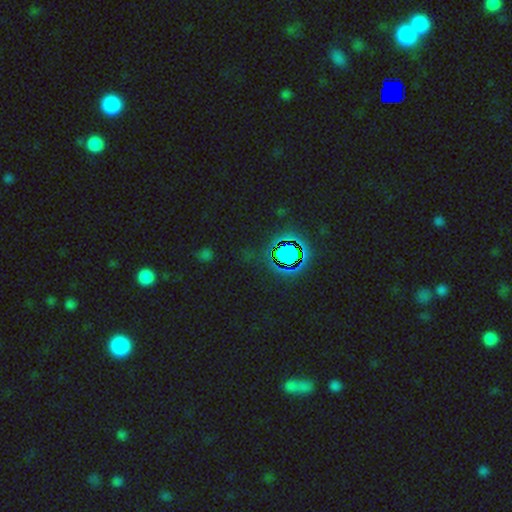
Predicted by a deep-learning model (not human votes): A star or artifact, not a galaxy (79%).

Vote fractions:
- Smooth or featured? star or artifact: 79% / smooth: 13% / featured or disk: 8%